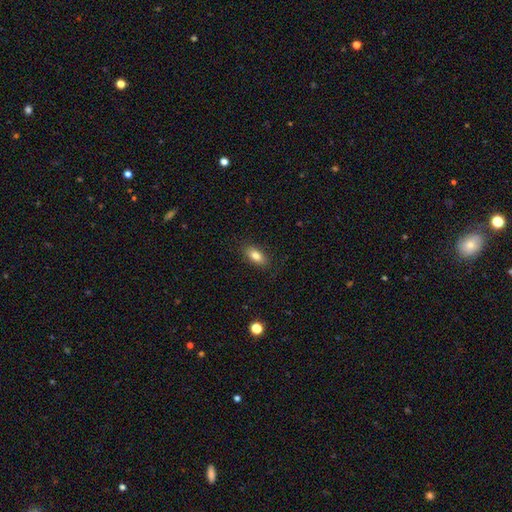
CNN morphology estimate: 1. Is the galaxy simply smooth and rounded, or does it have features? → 83% smooth, 9% featured or disk, 8% star or artifact.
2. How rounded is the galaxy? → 87% in between, 8% cigar-shaped, 5% round.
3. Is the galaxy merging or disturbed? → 87% none, 10% minor disturbance, 3% major disturbance, 1% merger.